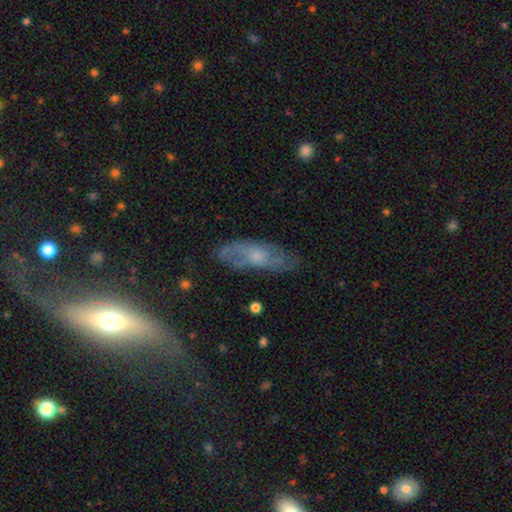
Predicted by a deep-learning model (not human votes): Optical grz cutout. It shows a featured or disk galaxy (52%). Merging: none (66%).